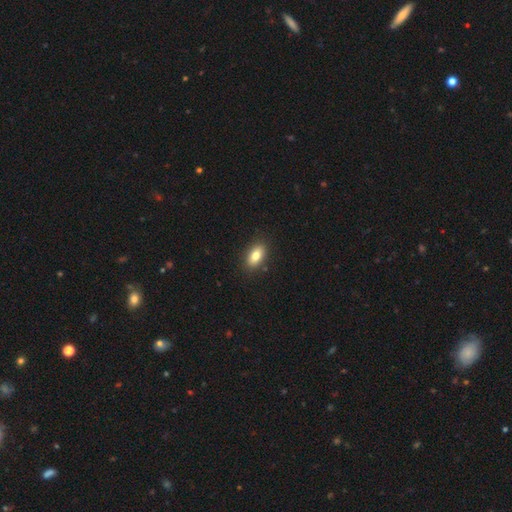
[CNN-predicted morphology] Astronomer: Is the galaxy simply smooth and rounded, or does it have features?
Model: smooth — 80%.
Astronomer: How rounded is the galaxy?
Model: in between — 88%.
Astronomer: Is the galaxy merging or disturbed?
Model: none — 88%.